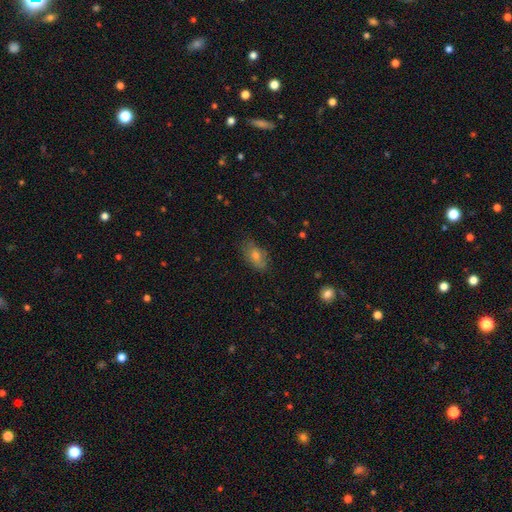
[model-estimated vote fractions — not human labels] The model was most divided on "smooth or featured": smooth: 61%, featured or disk: 24%, star or artifact: 14%. More confident: how rounded — in between (86%); merging — none (76%).